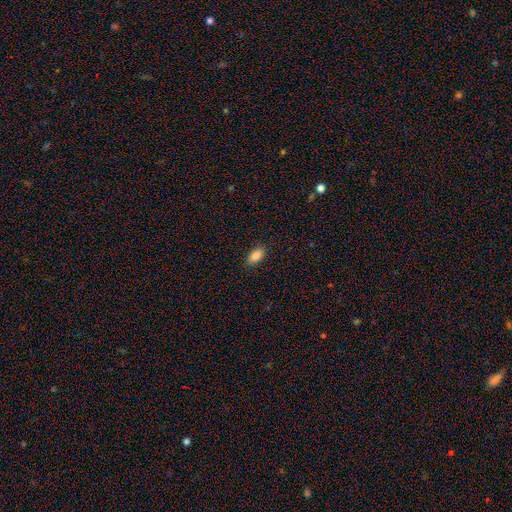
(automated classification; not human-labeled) Smooth or featured? Predicted: smooth (p=0.87). How rounded? Predicted: in between (p=0.91). Merging? Predicted: none (p=0.88).